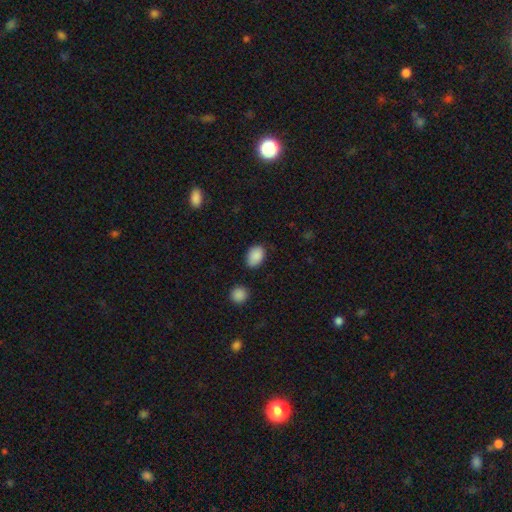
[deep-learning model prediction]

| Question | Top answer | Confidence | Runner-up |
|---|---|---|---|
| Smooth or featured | smooth | 89% | star or artifact (8%) |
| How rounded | in between | 82% | round (17%) |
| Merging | none | 79% | minor disturbance (15%) |